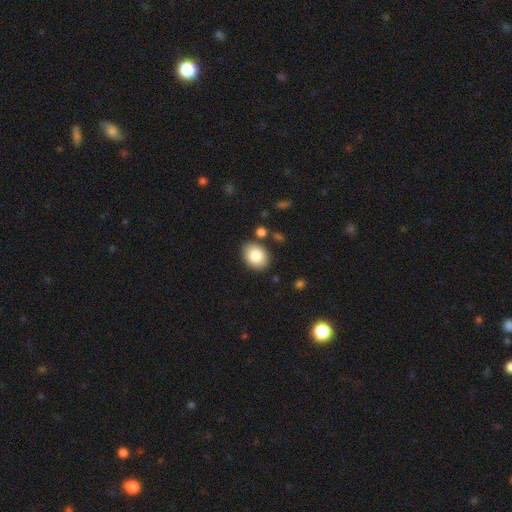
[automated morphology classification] Smooth or featured? Predicted: smooth (p=0.83). How rounded? Predicted: in between (p=0.69). Merging? Predicted: none (p=0.82).